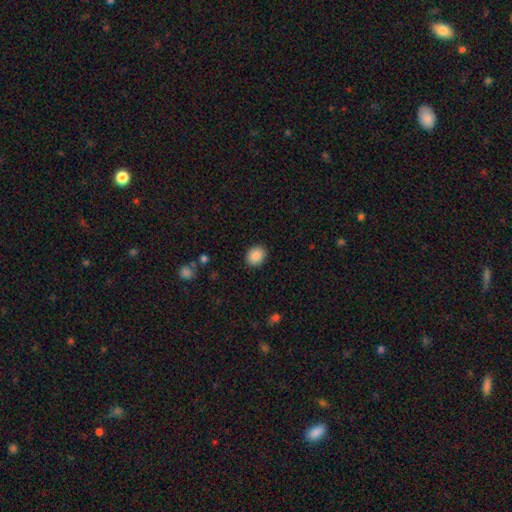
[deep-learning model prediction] The model was most divided on "how rounded": round: 52%, in between: 47%, cigar-shaped: 1%. More confident: merging — none (90%); smooth or featured — smooth (89%).